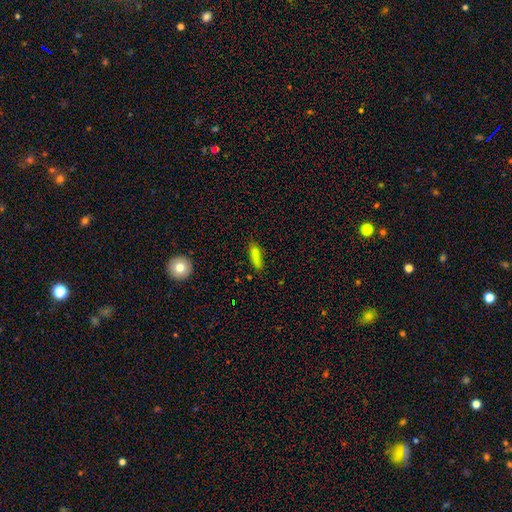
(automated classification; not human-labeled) Smooth or featured? Predicted: smooth (p=0.82). How rounded? Predicted: cigar-shaped (p=0.59). Merging? Predicted: none (p=0.76).